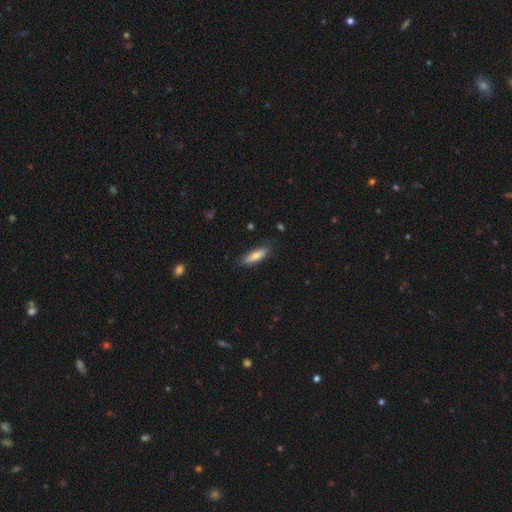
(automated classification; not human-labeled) Q: Smooth or featured?
A: smooth (76%); runner-up: featured or disk (17%)
Q: How rounded?
A: cigar-shaped (54%); runner-up: in between (44%)
Q: Merging?
A: none (79%); runner-up: minor disturbance (16%)